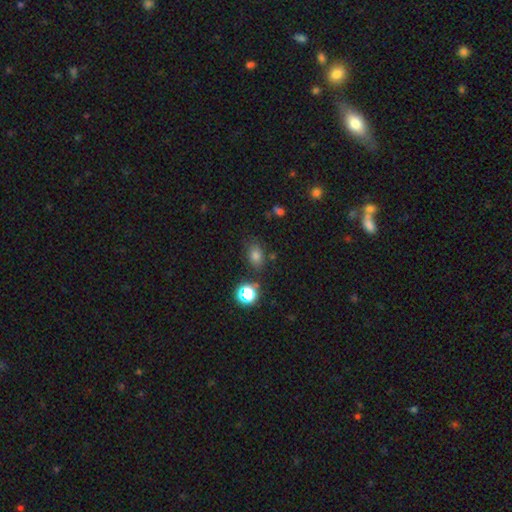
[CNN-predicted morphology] A smooth galaxy with no disk features (74%) that is in between round and cigar-shaped (71%).

Vote fractions:
- Smooth or featured? smooth: 74% / star or artifact: 19% / featured or disk: 8%
- How rounded? in between: 71% / round: 27% / cigar-shaped: 2%
- Merging? none: 75% / minor disturbance: 15% / merger: 6% / major disturbance: 5%